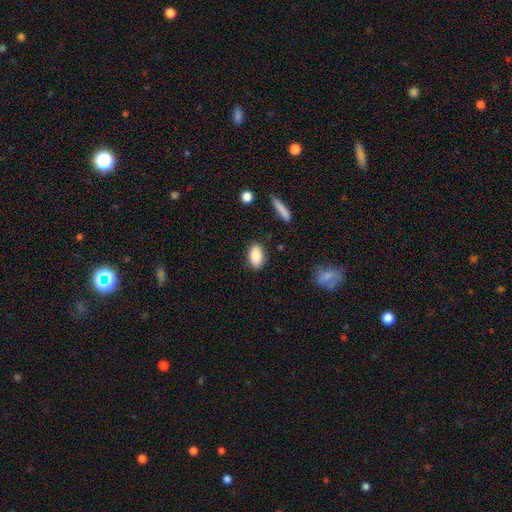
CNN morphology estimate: smooth 88%, star or artifact 7%, featured or disk 5%. Down the decision tree: how rounded — in between (91%); merging — none (86%).